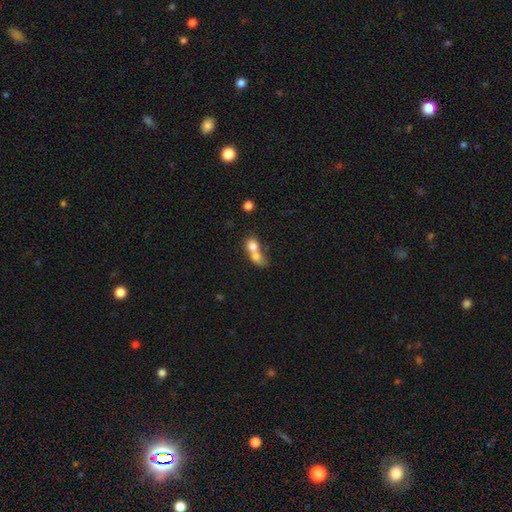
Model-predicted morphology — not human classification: Q: Smooth or featured?
A: smooth (73%); runner-up: featured or disk (18%)
Q: How rounded?
A: round (53%); runner-up: in between (44%)
Q: Merging?
A: merger (75%); runner-up: none (16%)